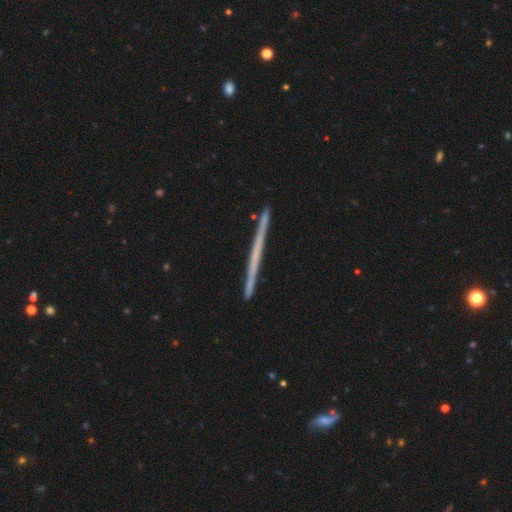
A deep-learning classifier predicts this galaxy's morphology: type=featured or disk (65%); edge-on=yes (98%); edge-on bulge=none (87%); merging=none (89%).